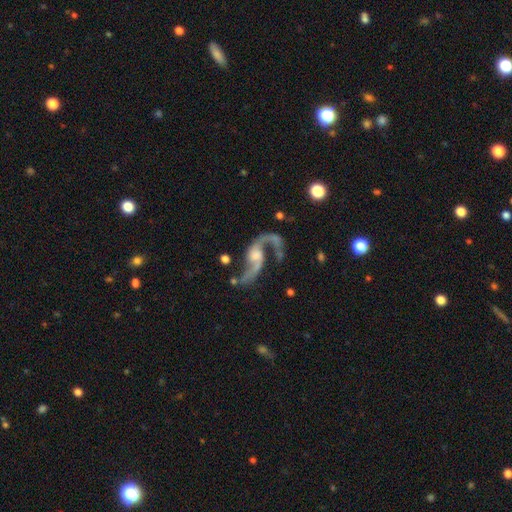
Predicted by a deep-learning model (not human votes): Q: Smooth or featured?
A: featured or disk (91%); runner-up: star or artifact (5%)
Q: Edge-on disk?
A: no (96%); runner-up: yes (4%)
Q: Bar?
A: no (53%); runner-up: weak (36%)
Q: Spiral arms?
A: yes (97%); runner-up: no (3%)
Q: Spiral winding?
A: loose (81%); runner-up: medium (16%)
Q: Spiral arm count?
A: 2 (93%); runner-up: 1 (3%)
Q: Bulge size?
A: moderate (39%); runner-up: small (28%)
Q: Merging?
A: none (62%); runner-up: major disturbance (16%)